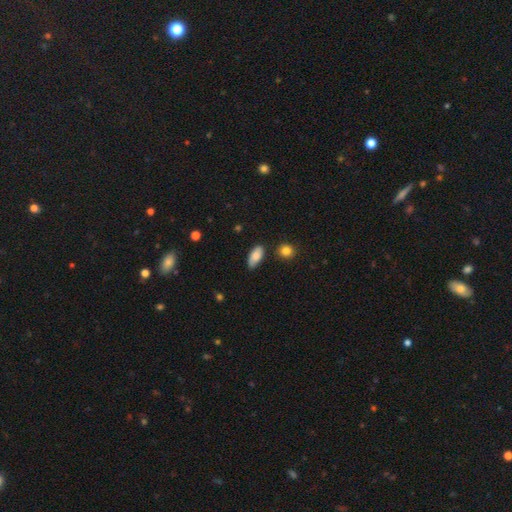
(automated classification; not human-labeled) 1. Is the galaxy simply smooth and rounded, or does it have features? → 84% smooth, 9% featured or disk, 7% star or artifact.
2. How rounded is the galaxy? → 89% in between, 8% cigar-shaped, 3% round.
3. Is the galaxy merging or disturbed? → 73% none, 21% minor disturbance, 3% major disturbance, 3% merger.